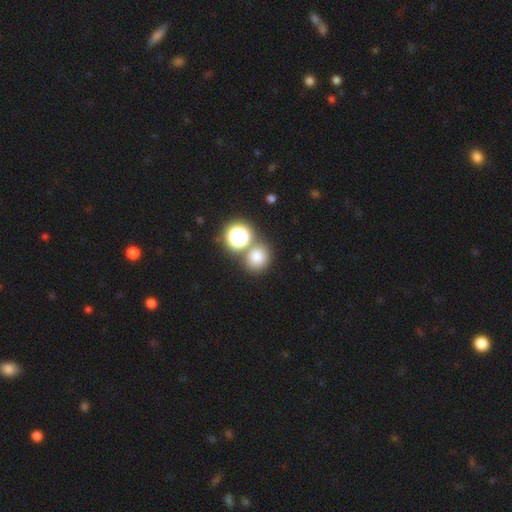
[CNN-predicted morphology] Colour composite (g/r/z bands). It shows a smooth galaxy with no disk features (74%) that is round (81%). Merging: none (66%).